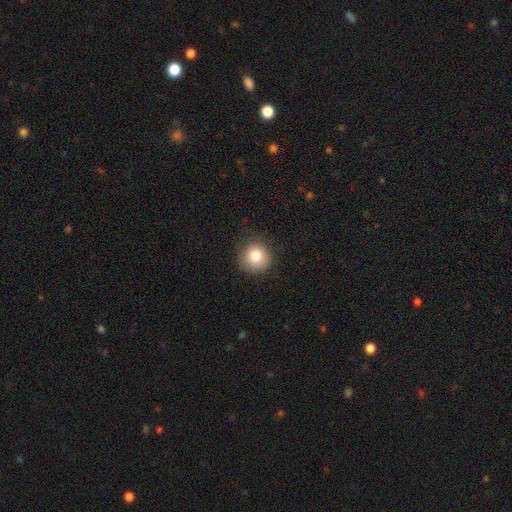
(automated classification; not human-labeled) This appears to be a smooth galaxy with no disk features (82%) that is round (93%). Merging: none (86%).